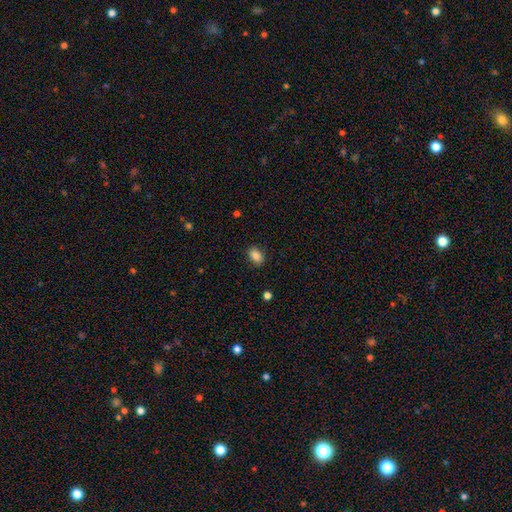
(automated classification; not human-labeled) smooth-or-featured: smooth: 87% | star or artifact: 9% | featured or disk: 4%
  how-rounded: in between: 83% | round: 16% | cigar-shaped: 1%
  merging: none: 87% | minor disturbance: 10% | major disturbance: 2% | merger: 1%